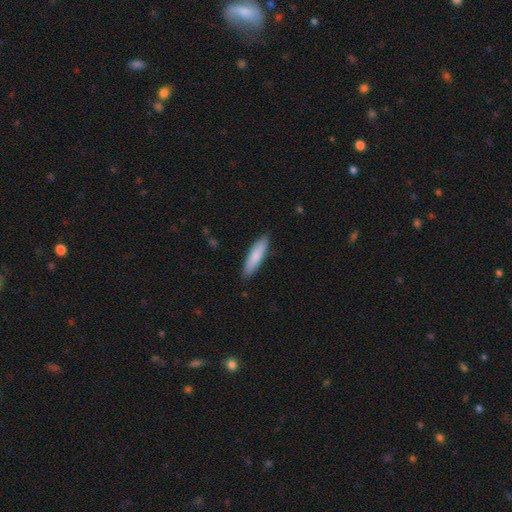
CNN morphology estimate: The model was most divided on "how rounded": cigar-shaped: 74%, in between: 25%, round: 1%. More confident: merging — none (88%); smooth or featured — smooth (83%).